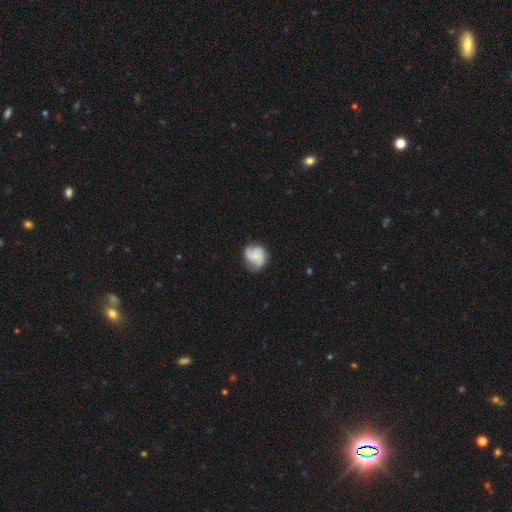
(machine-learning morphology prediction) This appears to be a featured or disk galaxy (53%) with no bar (68%), spiral arms (87%) and a small central bulge (53%). Merging: none (61%).